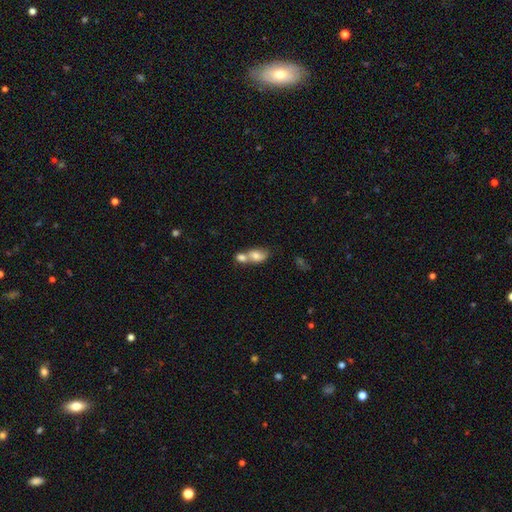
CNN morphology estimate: type=smooth (72%); roundness=in between (75%); merging=merger (68%).